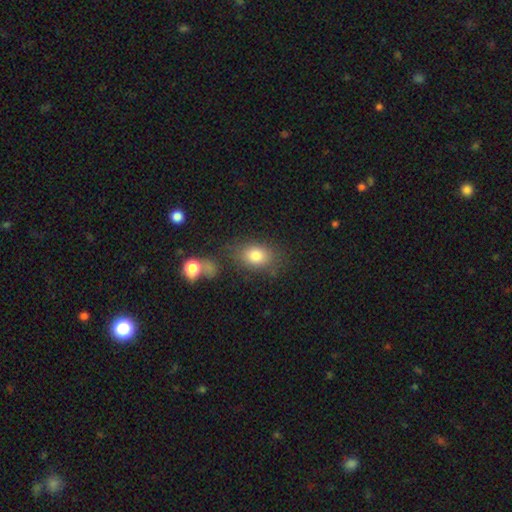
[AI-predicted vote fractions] smooth_or_featured: smooth (p=0.80) [alt: featured or disk p=0.10]
how_rounded: in between (p=0.72) [alt: round p=0.27]
merging: none (p=0.64) [alt: minor disturbance p=0.15]